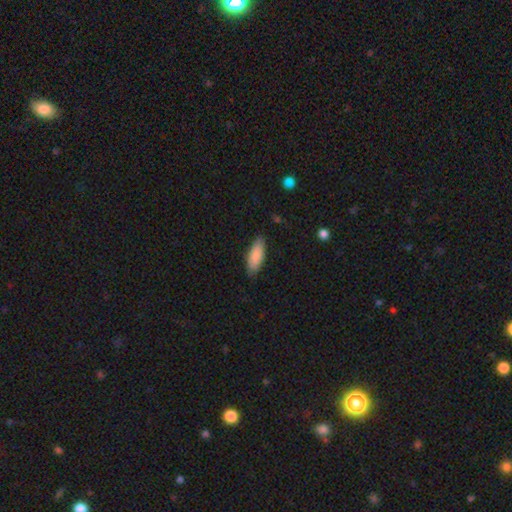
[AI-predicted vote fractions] A smooth galaxy with no disk features (85%) that is in between round and cigar-shaped (71%). Merging: none (82%).